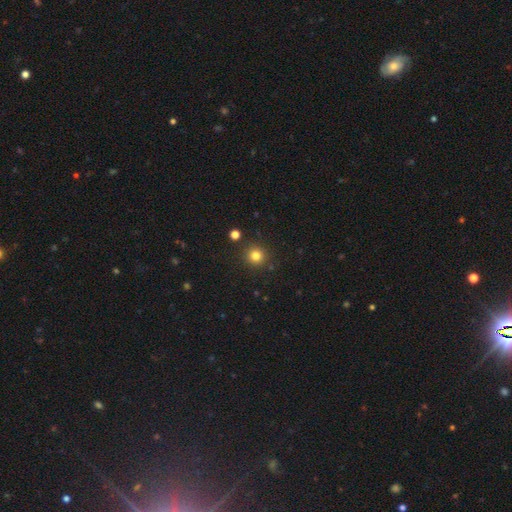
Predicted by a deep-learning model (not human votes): smooth-or-featured: smooth: 81% | star or artifact: 14% | featured or disk: 5%
  how-rounded: round: 93% | in between: 6% | cigar-shaped: 1%
  merging: none: 89% | minor disturbance: 6% | merger: 3% | major disturbance: 2%